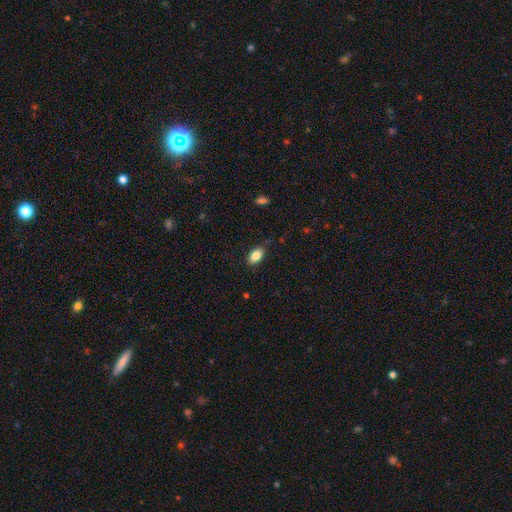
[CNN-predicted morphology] smooth_or_featured: smooth (p=0.85) [alt: star or artifact p=0.08]
how_rounded: in between (p=0.89) [alt: round p=0.08]
merging: none (p=0.82) [alt: minor disturbance p=0.14]